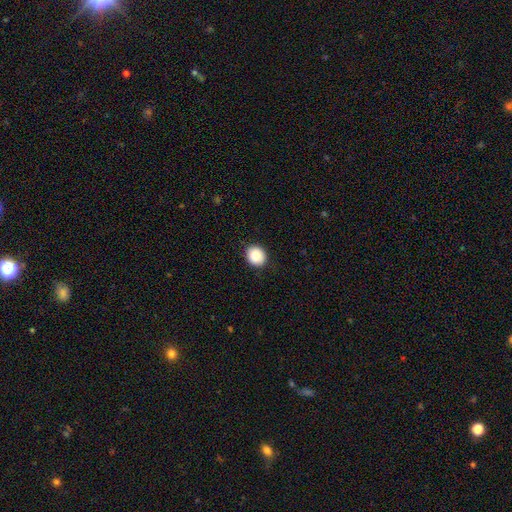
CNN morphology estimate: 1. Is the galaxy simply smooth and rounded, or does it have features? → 88% smooth, 8% star or artifact, 3% featured or disk.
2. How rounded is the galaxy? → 80% round, 19% in between, 1% cigar-shaped.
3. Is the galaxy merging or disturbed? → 89% none, 8% minor disturbance, 2% major disturbance, 1% merger.